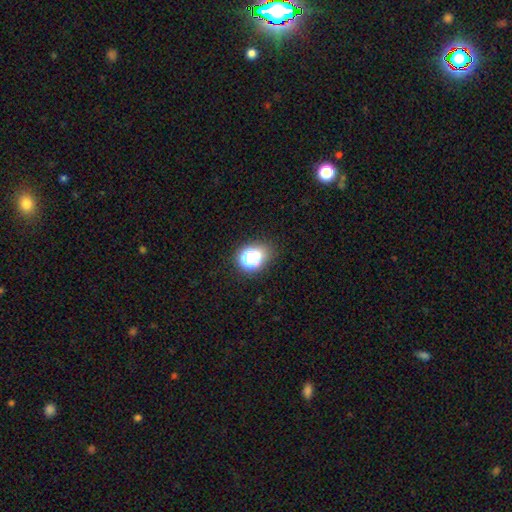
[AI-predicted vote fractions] smooth 61%, star or artifact 28%, featured or disk 11%. Down the decision tree: how rounded — round (63%); merging — none (74%).